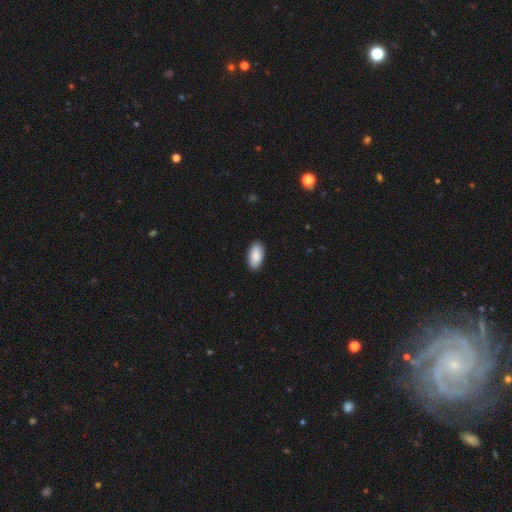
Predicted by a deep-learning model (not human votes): This is clearly a smooth galaxy (90%). How rounded: clearly in between (94%). Merging: clearly none (89%).